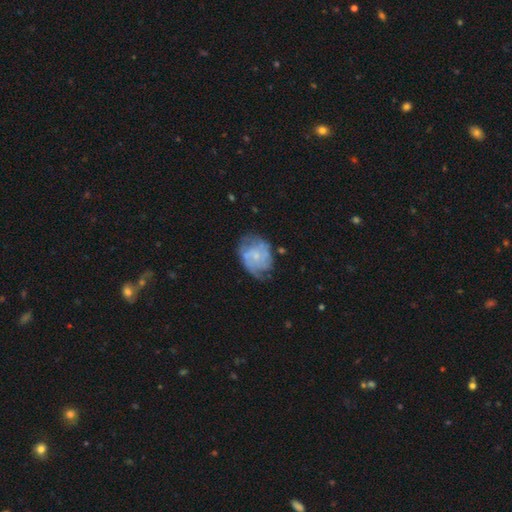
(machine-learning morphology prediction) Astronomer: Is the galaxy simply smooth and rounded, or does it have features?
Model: featured or disk — 69%.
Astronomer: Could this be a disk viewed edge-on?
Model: no — 98%.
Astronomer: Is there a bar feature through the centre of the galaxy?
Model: no — 69%.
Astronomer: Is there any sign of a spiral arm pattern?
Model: yes — 83%.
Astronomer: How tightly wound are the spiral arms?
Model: medium — 41% (runner-up: tight, 40%).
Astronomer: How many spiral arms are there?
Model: can't tell — 36% (runner-up: 2, 34%).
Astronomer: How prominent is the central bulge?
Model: small — 58%.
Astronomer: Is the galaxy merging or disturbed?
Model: none — 55%.